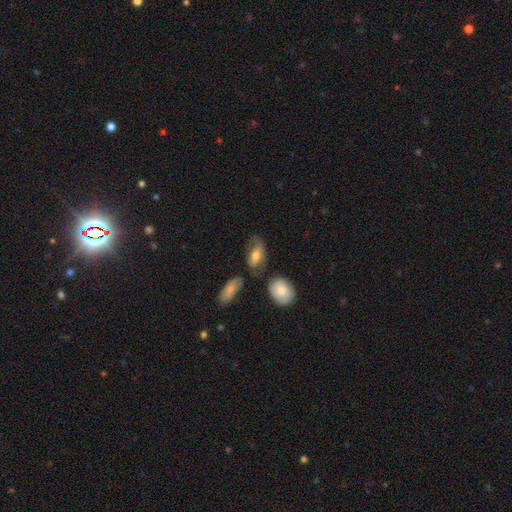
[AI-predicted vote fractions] Overall: smooth (60%; featured or disk 32%). How rounded: in between (86%). Merging: none (54%; minor disturbance 23%).